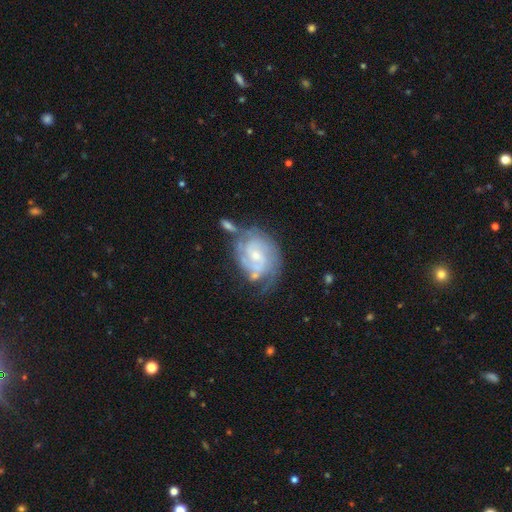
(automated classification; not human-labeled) Smooth or featured: featured or disk — 83% (smooth — 11%)
Edge-on disk: no — 97% (yes — 3%)
Bar: no — 49% (weak — 44%)
Spiral arms: yes — 94% (no — 6%)
Spiral winding: tight — 59% (medium — 33%)
Spiral arm count: 2 — 42% (can't tell — 29%)
Bulge size: small — 60% (moderate — 33%)
Merging: none — 50% (minor disturbance — 24%)